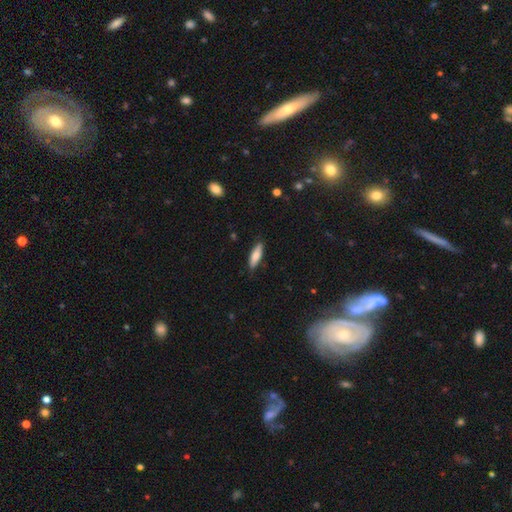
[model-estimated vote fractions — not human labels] smooth 76%, featured or disk 18%, star or artifact 6%. Down the decision tree: how rounded — cigar-shaped (54%); merging — none (85%).